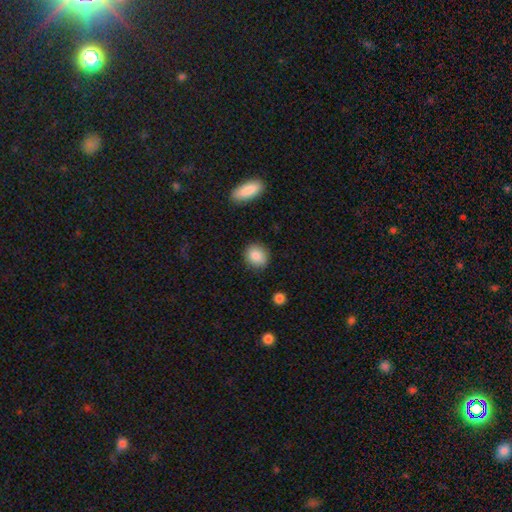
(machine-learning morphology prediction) type=smooth (87%); roundness=round (69%); merging=none (87%).